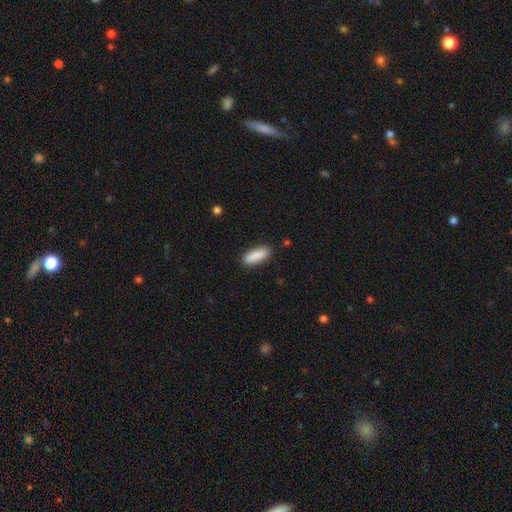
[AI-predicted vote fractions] A smooth galaxy with no disk features (88%) that is in between round and cigar-shaped (66%). Merging: none (88%).